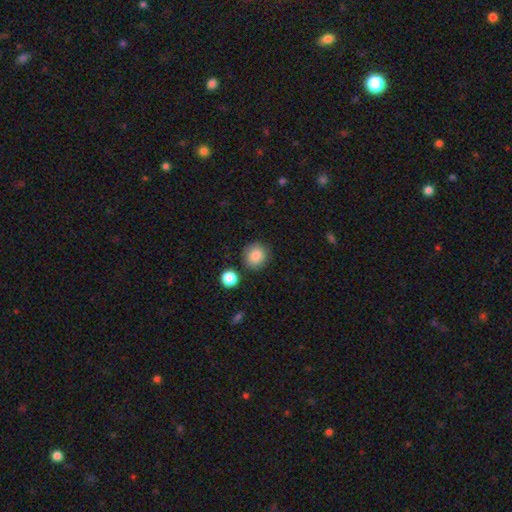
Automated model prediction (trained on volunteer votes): The model was most divided on "how rounded": round: 84%, in between: 15%, cigar-shaped: 1%. More confident: smooth or featured — smooth (87%); merging — none (83%).